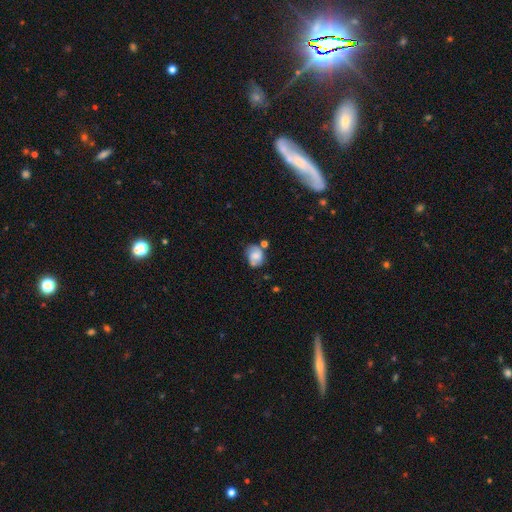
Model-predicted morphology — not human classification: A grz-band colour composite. It shows a smooth galaxy with no disk features (61%) that is in between round and cigar-shaped (55%). Merging: none (52%).